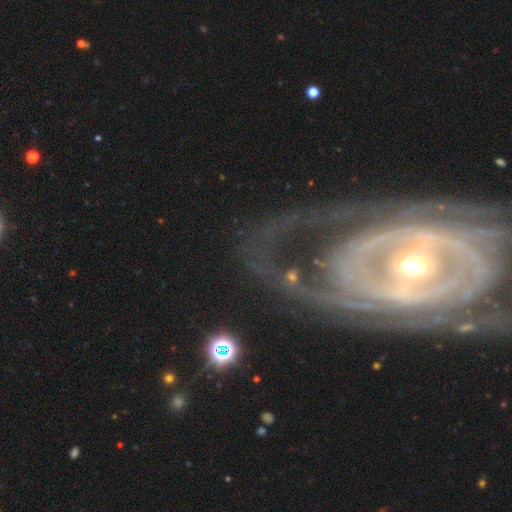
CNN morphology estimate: Overall: featured or disk (82%). Edge-on disk: no (93%). Bar: no (39%; strong 34%). Spiral arms: yes (74%). Spiral arm count: can't tell (39%; 2 26%). Spiral winding: tight (67%). Bulge size: moderate (56%; small 33%). Merging: none (69%).